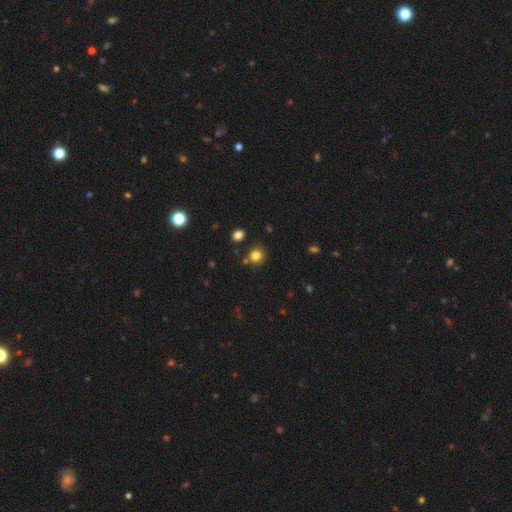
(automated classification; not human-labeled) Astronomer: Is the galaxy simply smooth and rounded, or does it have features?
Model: smooth — 81%.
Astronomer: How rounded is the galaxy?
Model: round — 83%.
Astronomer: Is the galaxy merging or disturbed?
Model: none — 77%.